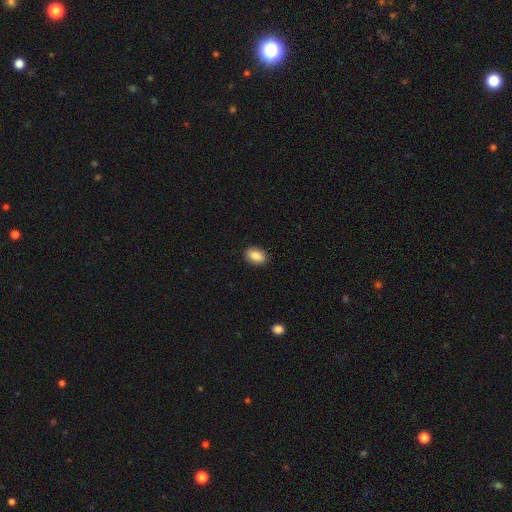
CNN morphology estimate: The model was most divided on "how rounded": in between: 84%, round: 15%, cigar-shaped: 2%. More confident: merging — none (90%); smooth or featured — smooth (86%).